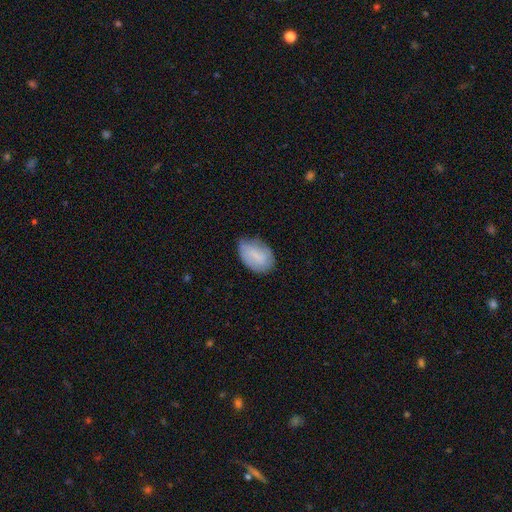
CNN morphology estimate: A smooth galaxy with no disk features (71%) that is in between round and cigar-shaped (88%). Merging: none (56%).